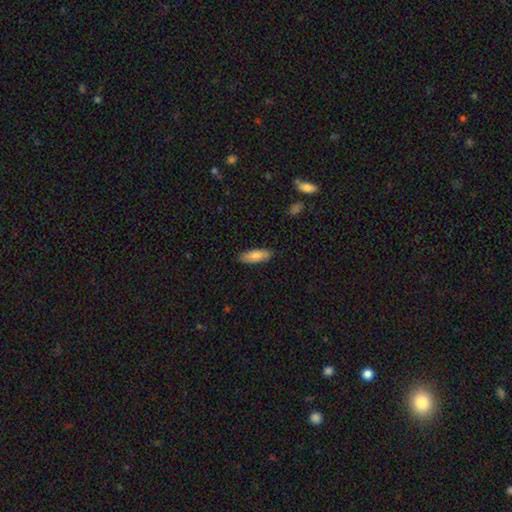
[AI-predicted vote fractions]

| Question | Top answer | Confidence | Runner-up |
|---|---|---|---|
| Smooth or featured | smooth | 80% | featured or disk (14%) |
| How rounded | in between | 61% | cigar-shaped (37%) |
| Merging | none | 88% | minor disturbance (9%) |